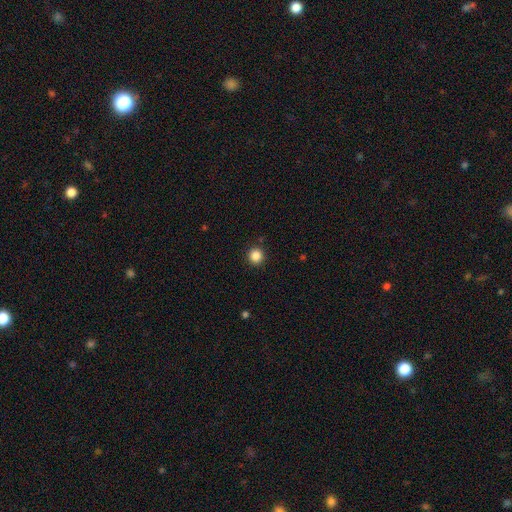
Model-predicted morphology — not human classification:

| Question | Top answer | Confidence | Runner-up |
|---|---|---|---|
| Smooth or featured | smooth | 86% | star or artifact (11%) |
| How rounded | round | 95% | in between (4%) |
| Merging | none | 92% | minor disturbance (5%) |